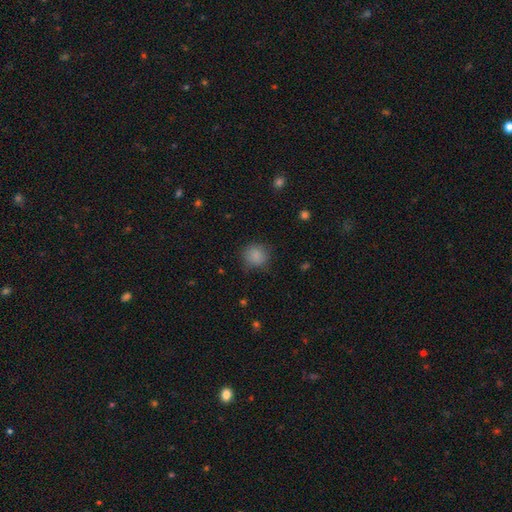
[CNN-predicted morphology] smooth_or_featured: smooth (p=0.85) [alt: star or artifact p=0.10]
how_rounded: round (p=0.83) [alt: in between p=0.16]
merging: none (p=0.75) [alt: minor disturbance p=0.19]